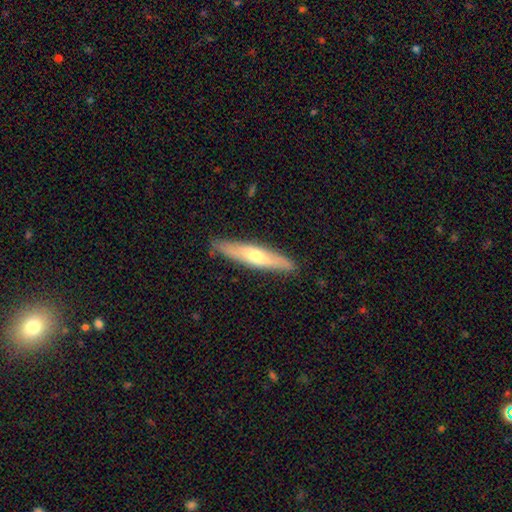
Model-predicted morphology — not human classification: type=featured or disk (48%); merging=none (87%).